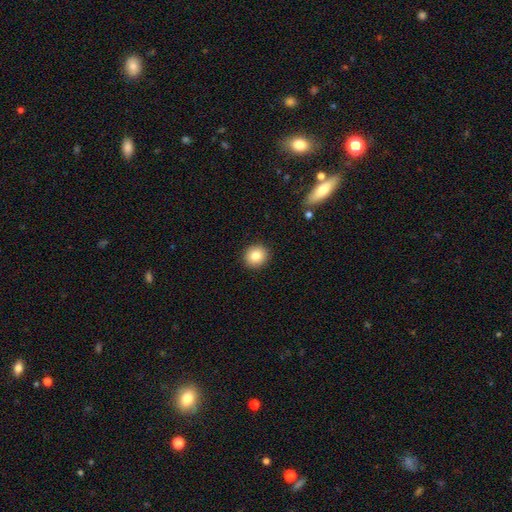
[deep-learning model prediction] Smooth or featured? Predicted: smooth (p=0.83). How rounded? Predicted: round (p=0.87). Merging? Predicted: none (p=0.92).